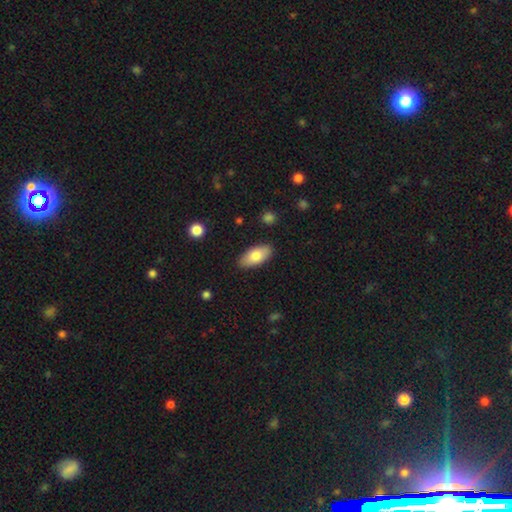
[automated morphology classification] This is likely a smooth galaxy (77%). How rounded: clearly in between (91%). Merging: clearly none (88%).